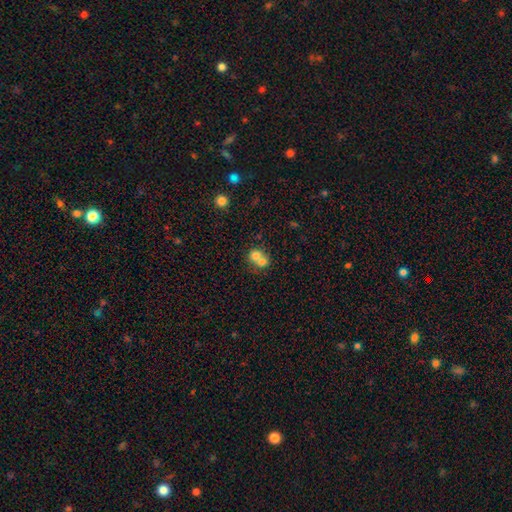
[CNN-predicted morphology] Smooth or featured?
  - smooth: 71% *
  - featured or disk: 19%
  - star or artifact: 10%
How rounded?
  - round: 76% *
  - in between: 23%
  - cigar-shaped: 1%
Merging?
  - merger: 67% *
  - none: 26%
  - minor disturbance: 5%
  - major disturbance: 3%